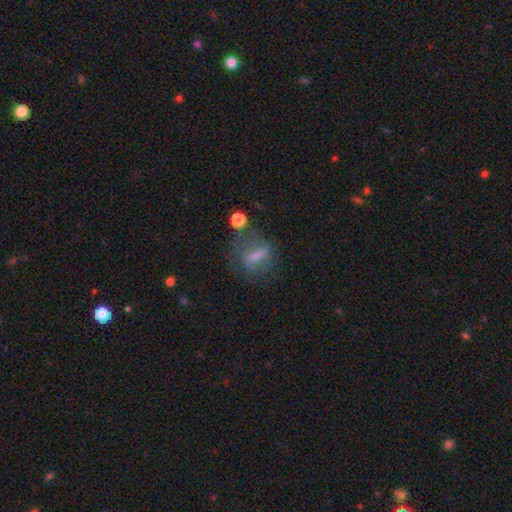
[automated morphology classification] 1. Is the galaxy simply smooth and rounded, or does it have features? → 48% smooth, 36% featured or disk, 16% star or artifact.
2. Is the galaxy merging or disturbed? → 58% none, 19% minor disturbance, 17% major disturbance, 6% merger.